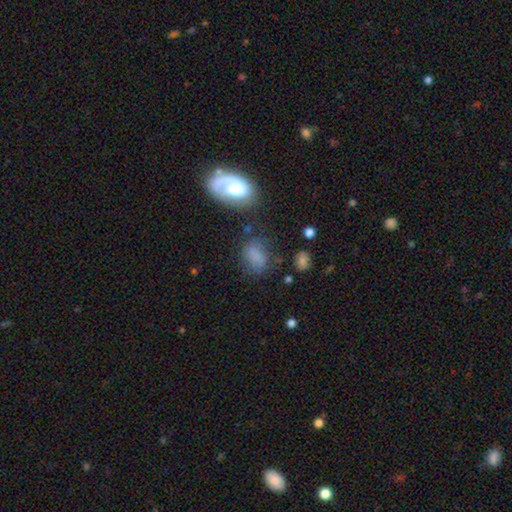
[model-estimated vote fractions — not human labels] Smooth or featured? smooth (71%)
How rounded? in between (78%)
Merging? none (59%)